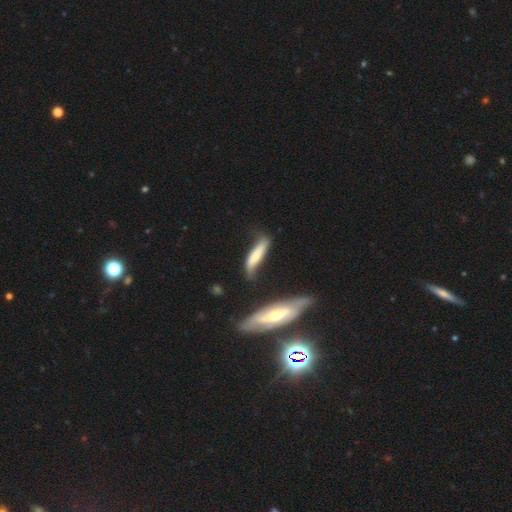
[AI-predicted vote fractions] The model was most divided on "merging": none: 48%, minor disturbance: 31%, major disturbance: 12%, merger: 10%. More confident: how rounded — cigar-shaped (75%); smooth or featured — smooth (59%).